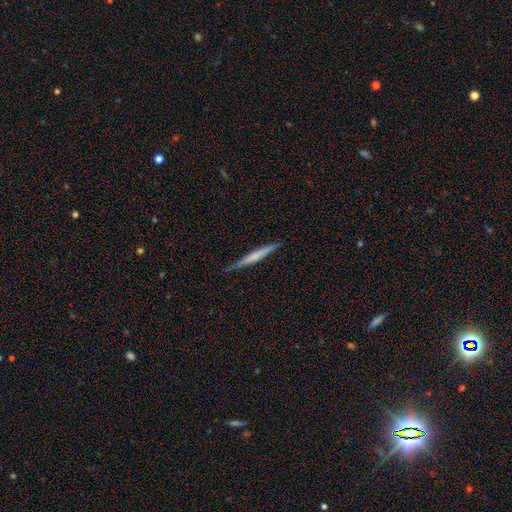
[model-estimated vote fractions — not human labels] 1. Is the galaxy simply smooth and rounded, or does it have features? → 47% smooth (tied), 47% featured or disk (tied), 6% star or artifact.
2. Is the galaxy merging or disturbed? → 83% none, 13% minor disturbance, 2% major disturbance, 1% merger.